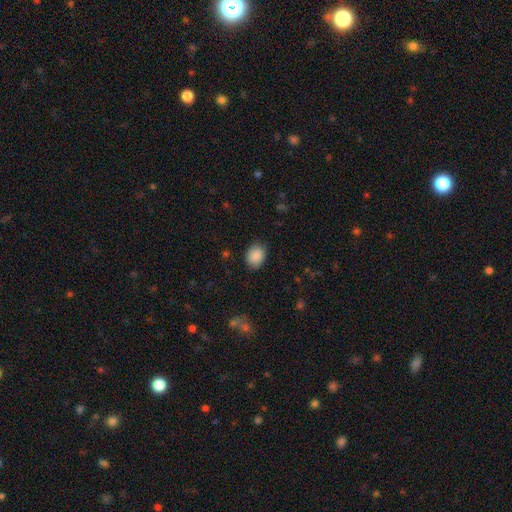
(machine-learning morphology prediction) smooth 89%, star or artifact 8%, featured or disk 4%. Down the decision tree: how rounded — in between (52%); merging — none (84%).